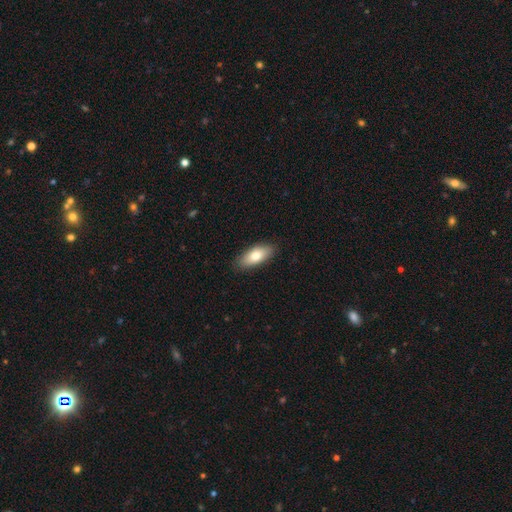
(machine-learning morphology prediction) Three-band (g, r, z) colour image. It shows a smooth galaxy with no disk features (77%) that is in between round and cigar-shaped (82%). Merging: none (87%).